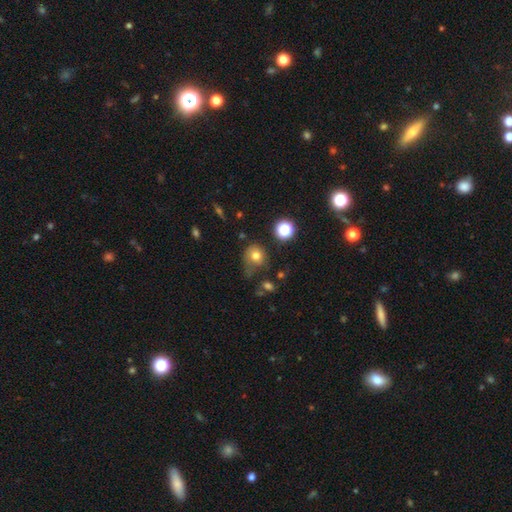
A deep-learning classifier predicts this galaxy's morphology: type=smooth (74%); roundness=round (73%); merging=none (46%).